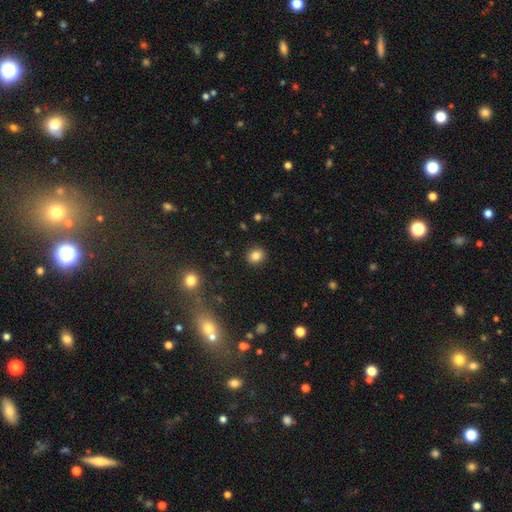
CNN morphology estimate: This appears to be a smooth galaxy with no disk features (83%) that is round (82%). Merging: none (90%).